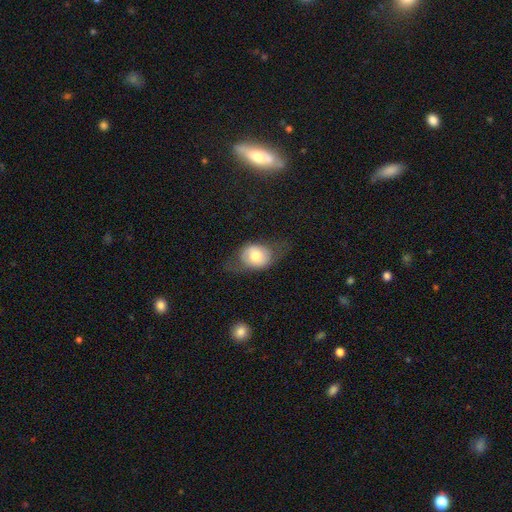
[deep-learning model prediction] Overall: smooth (62%; featured or disk 31%). How rounded: in between (53%; round 45%). Merging: none (54%; minor disturbance 25%).